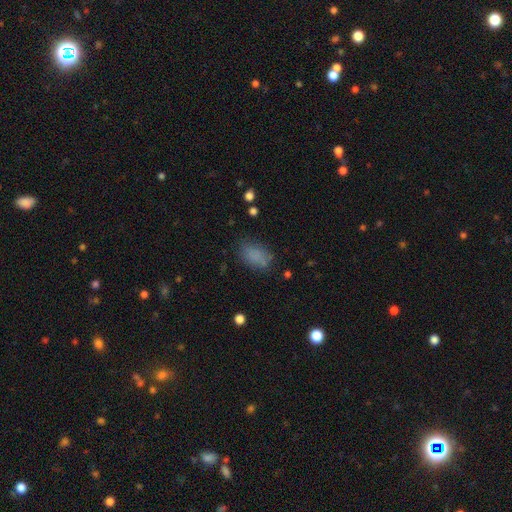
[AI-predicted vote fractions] A smooth galaxy with no disk features (79%) that is in between round and cigar-shaped (85%). Merging: none (70%).